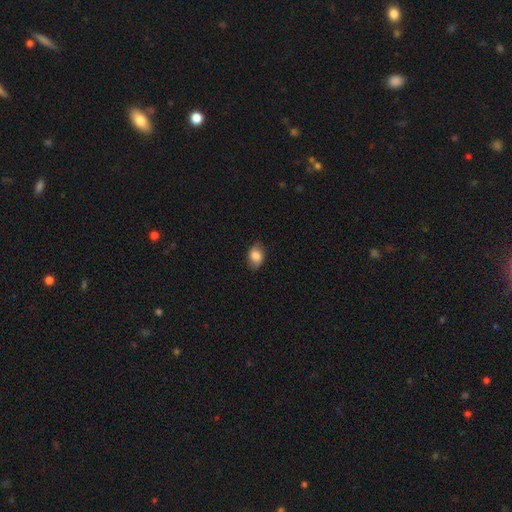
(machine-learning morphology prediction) Smooth or featured? smooth (71%)
How rounded? in between (77%)
Merging? none (80%)